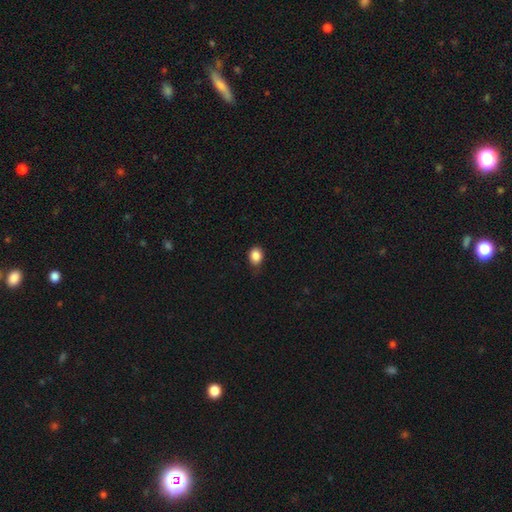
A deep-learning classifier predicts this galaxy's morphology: A smooth galaxy with no disk features (86%) that is in between round and cigar-shaped (50%).

Vote fractions:
- Smooth or featured? smooth: 86% / star or artifact: 10% / featured or disk: 4%
- How rounded? in between: 50% / round: 49% / cigar-shaped: 1%
- Merging? none: 75% / minor disturbance: 21% / major disturbance: 3% / merger: 1%